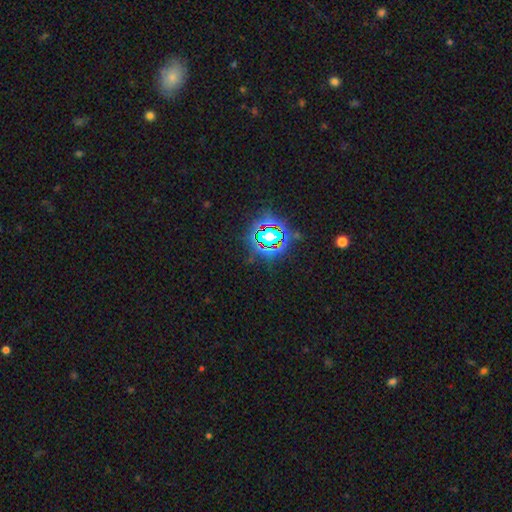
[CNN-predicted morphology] Q: Smooth or featured?
A: star or artifact (79%); runner-up: smooth (12%)